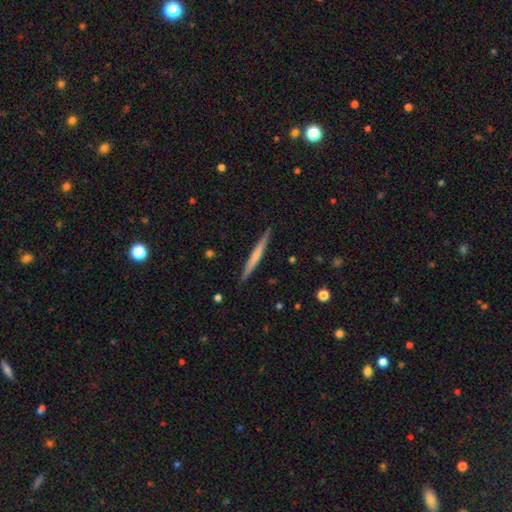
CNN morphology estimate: This appears to be a smooth galaxy with no disk features (50%) that is cigar-shaped (97%). Merging: none (90%).